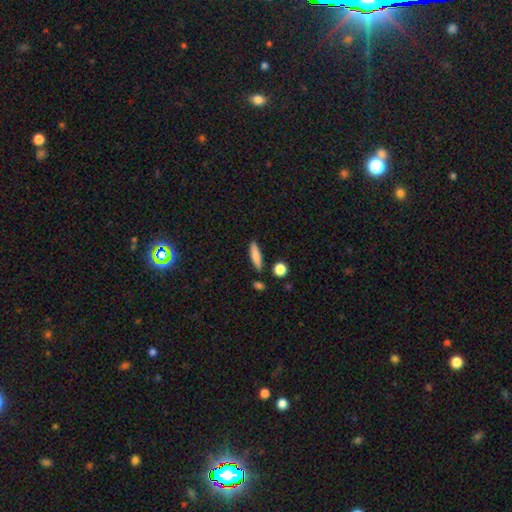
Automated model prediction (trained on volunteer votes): This appears to be a smooth galaxy with no disk features (78%) that is cigar-shaped (74%). Merging: none (85%).